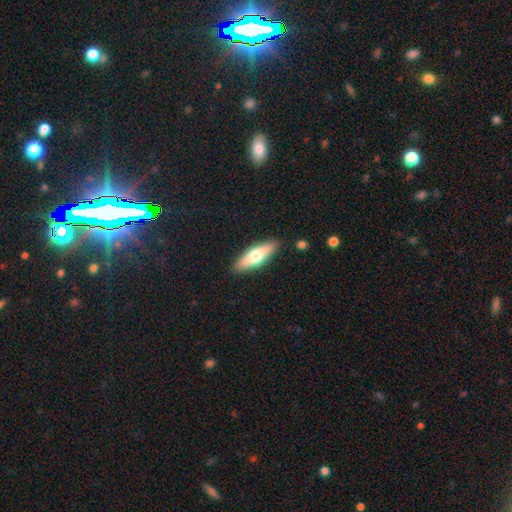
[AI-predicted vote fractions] Smooth or featured: smooth — 60% (featured or disk — 34%)
How rounded: cigar-shaped — 50% (in between — 47%)
Merging: none — 87% (minor disturbance — 9%)